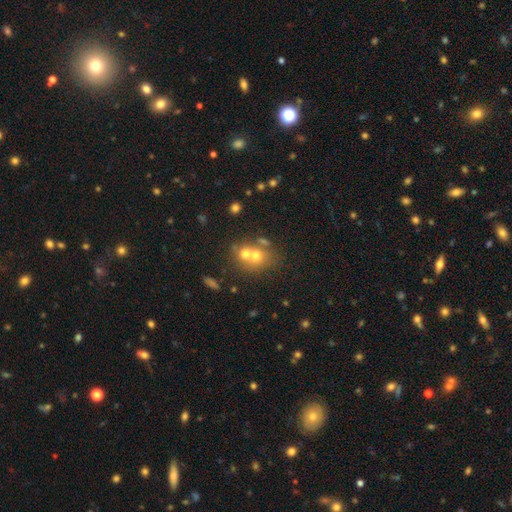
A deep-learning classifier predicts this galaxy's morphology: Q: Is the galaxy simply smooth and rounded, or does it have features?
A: smooth — 63%.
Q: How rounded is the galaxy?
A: round — 69%.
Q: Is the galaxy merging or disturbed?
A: merger — 58%.